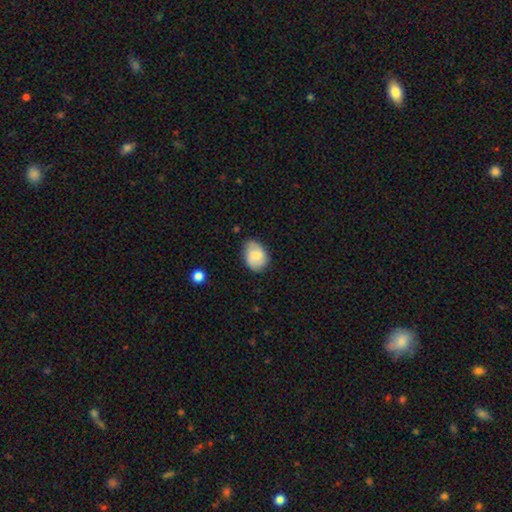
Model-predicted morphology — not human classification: This is likely a smooth galaxy (67%). How rounded: likely in between (69%). Merging: likely none (66%).